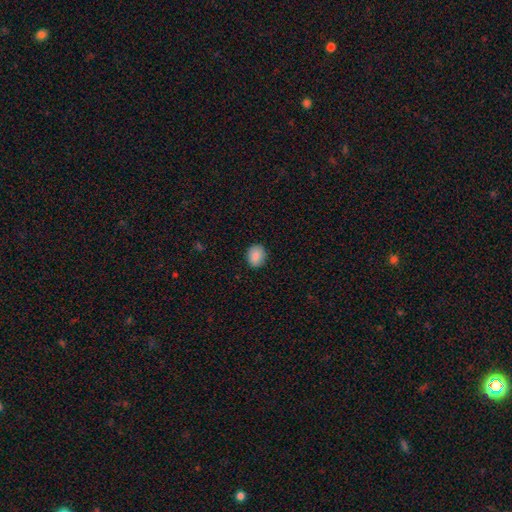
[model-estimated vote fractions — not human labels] smooth 89%, star or artifact 8%, featured or disk 4%. Down the decision tree: how rounded — round (58%); merging — none (89%).